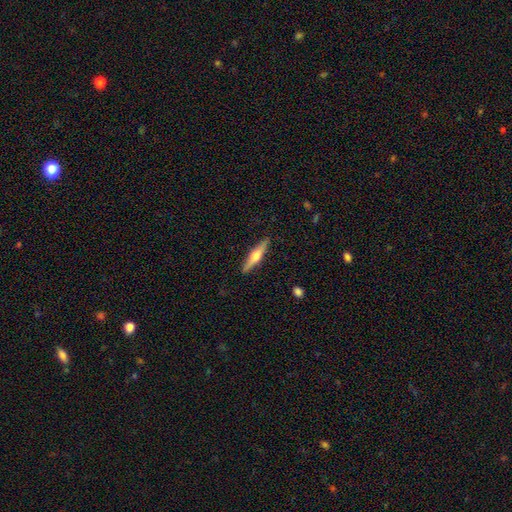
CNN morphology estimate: type=featured or disk (62%); edge-on=yes (96%); edge-on bulge=rounded (94%); merging=none (90%).